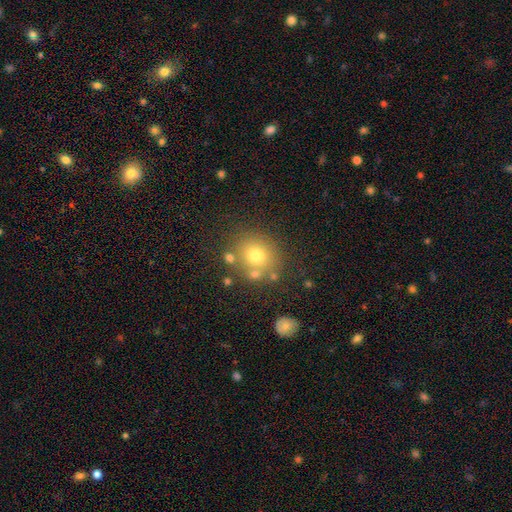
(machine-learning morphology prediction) The model was most divided on "smooth or featured": smooth: 71%, star or artifact: 15%, featured or disk: 14%. More confident: how rounded — round (82%); merging — none (72%).